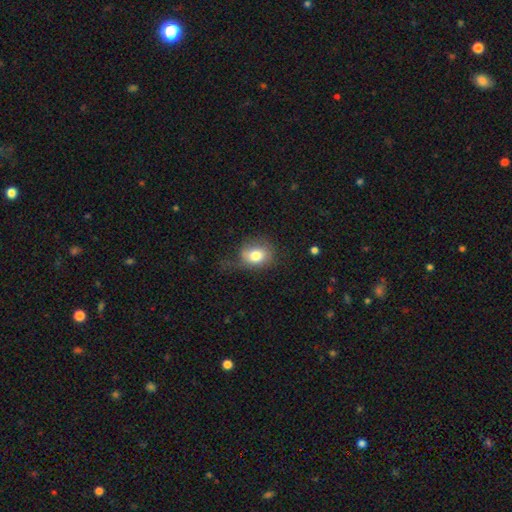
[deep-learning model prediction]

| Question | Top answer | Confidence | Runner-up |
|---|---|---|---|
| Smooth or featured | smooth | 77% | featured or disk (14%) |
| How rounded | round | 52% | in between (47%) |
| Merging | none | 50% | minor disturbance (30%) |